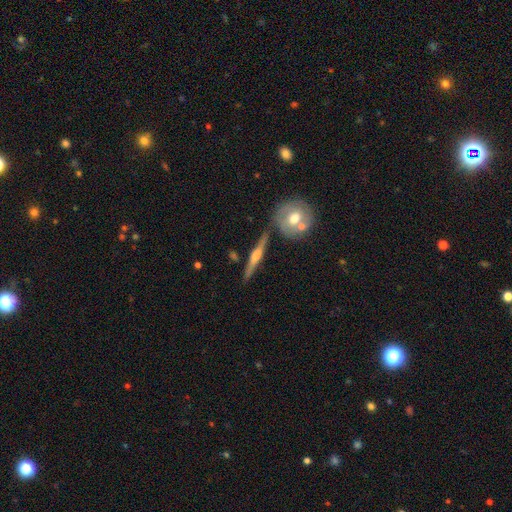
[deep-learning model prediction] A featured or disk galaxy (75%) viewed edge-on (97%) with a rounded central bulge (81%).

Vote fractions:
- Smooth or featured? featured or disk: 75% / smooth: 19% / star or artifact: 6%
- Edge-on disk? yes: 97% / no: 3%
- Edge-on bulge? rounded: 81% / boxy: 11% / none: 8%
- Merging? none: 82% / minor disturbance: 9% / merger: 6% / major disturbance: 2%